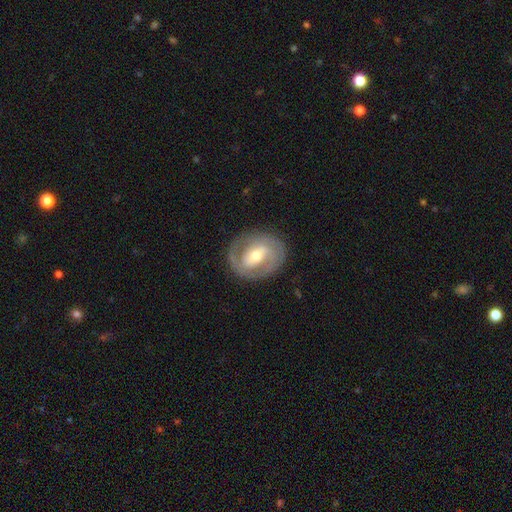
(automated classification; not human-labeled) The model was most divided on "bar": weak: 42%, strong: 31%, no: 26%. More confident: edge-on disk — no (97%); spiral arms — yes (87%); merging — none (83%); smooth or featured — featured or disk (80%); spiral arm count — 2 (77%); bulge size — moderate (64%); spiral winding — tight (53%).